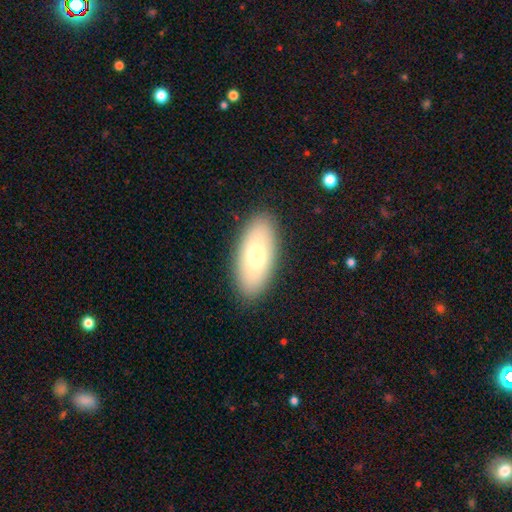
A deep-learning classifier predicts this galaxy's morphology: smooth-or-featured: smooth: 71% | featured or disk: 23% | star or artifact: 7%
  how-rounded: in between: 87% | cigar-shaped: 11% | round: 3%
  merging: none: 88% | minor disturbance: 8% | major disturbance: 2% | merger: 1%